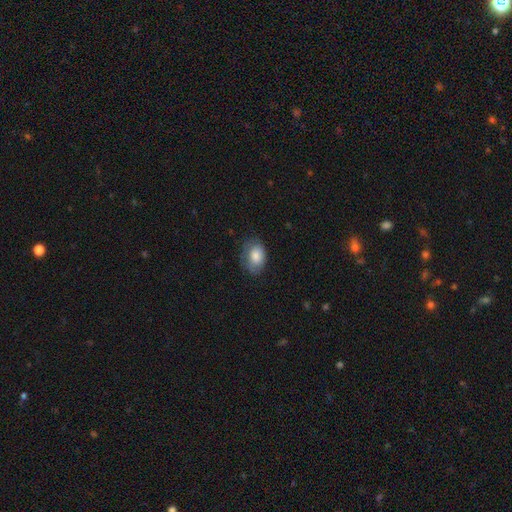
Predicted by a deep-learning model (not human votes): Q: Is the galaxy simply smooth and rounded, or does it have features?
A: smooth — 74%.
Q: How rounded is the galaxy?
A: in between — 82%.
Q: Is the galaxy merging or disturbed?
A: none — 61%.